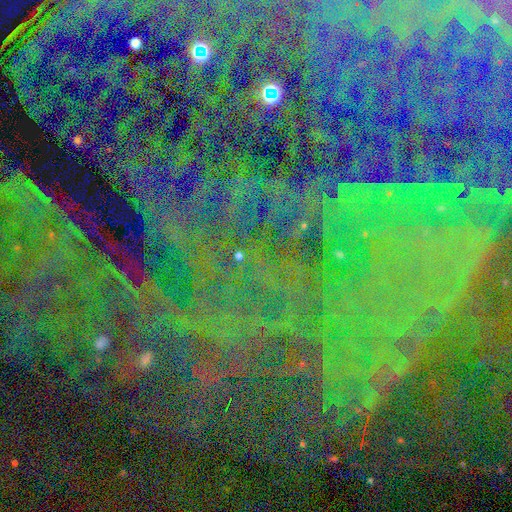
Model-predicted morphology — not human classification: This is clearly a star or artifact rather than a galaxy (85%).